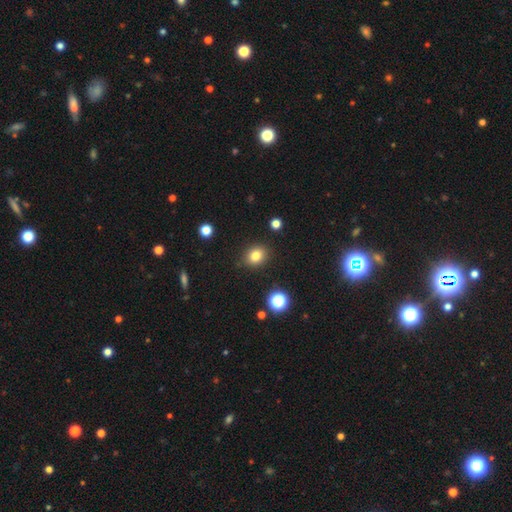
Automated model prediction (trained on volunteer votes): The model was most divided on "how rounded": round: 60%, in between: 39%, cigar-shaped: 1%. More confident: merging — none (87%); smooth or featured — smooth (81%).